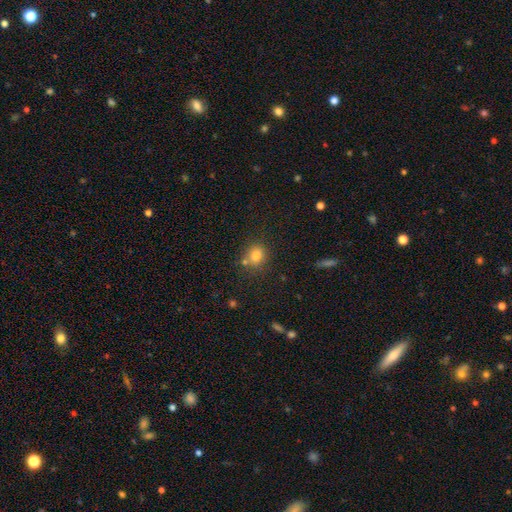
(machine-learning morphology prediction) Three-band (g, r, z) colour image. It shows a smooth galaxy with no disk features (79%) that is round (70%). Merging: none (71%).